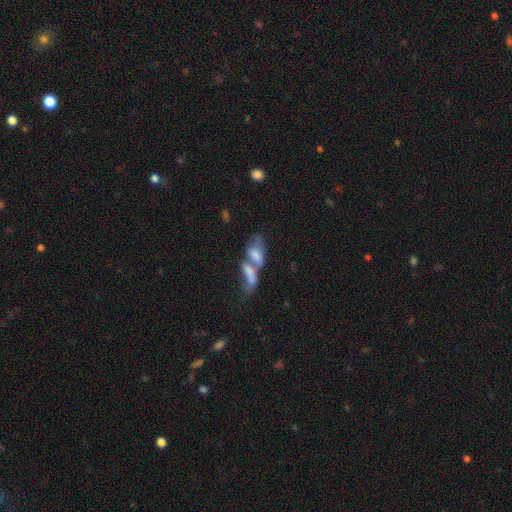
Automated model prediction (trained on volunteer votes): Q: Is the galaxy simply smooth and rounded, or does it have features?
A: smooth — 54%.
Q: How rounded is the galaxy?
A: in between — 75%.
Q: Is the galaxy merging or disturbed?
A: merger — 69%.